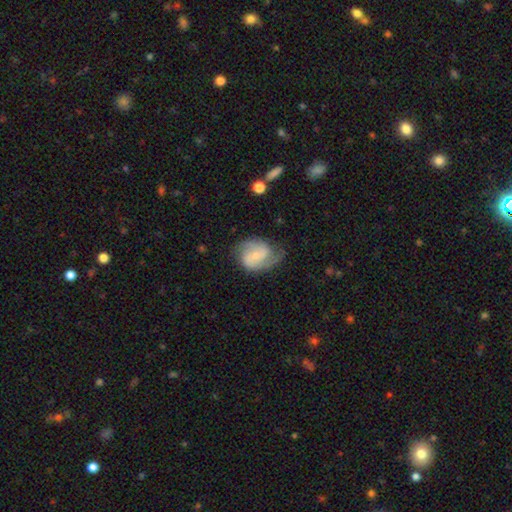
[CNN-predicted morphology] Smooth or featured: featured or disk — 72% (smooth — 22%)
Edge-on disk: no — 98% (yes — 2%)
Bar: weak — 46% (no — 43%)
Spiral arms: yes — 93% (no — 7%)
Spiral winding: medium — 49% (tight — 27%)
Spiral arm count: 2 — 74% (can't tell — 11%)
Bulge size: small — 61% (moderate — 28%)
Merging: none — 60% (minor disturbance — 25%)